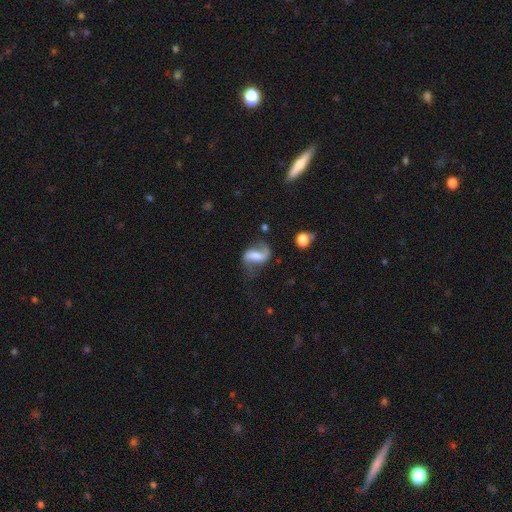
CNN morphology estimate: featured or disk 75%, smooth 17%, star or artifact 8%. Down the decision tree: edge-on disk — no (96%); bar — weak (38%); spiral arms — yes (93%); spiral arm count — 2 (87%); spiral winding — loose (68%); bulge size — moderate (38%); merging — none (60%).